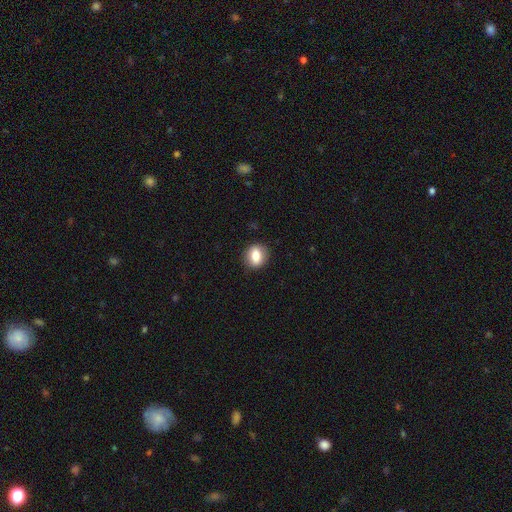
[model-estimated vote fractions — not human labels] Overall: smooth (75%). How rounded: round (55%; in between 43%). Merging: none (87%).